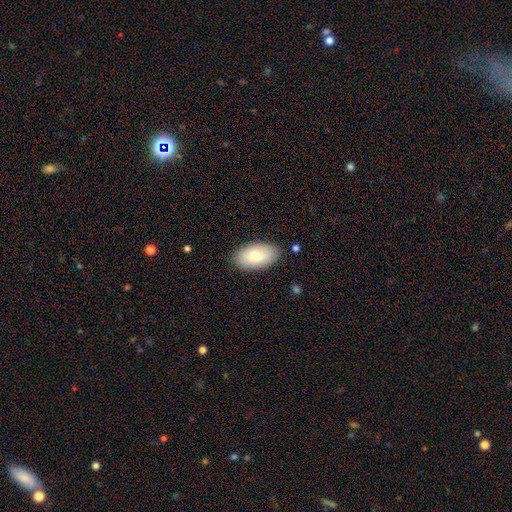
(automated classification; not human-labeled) Q: Smooth or featured?
A: smooth (75%); runner-up: featured or disk (19%)
Q: How rounded?
A: in between (94%); runner-up: round (4%)
Q: Merging?
A: none (85%); runner-up: minor disturbance (11%)